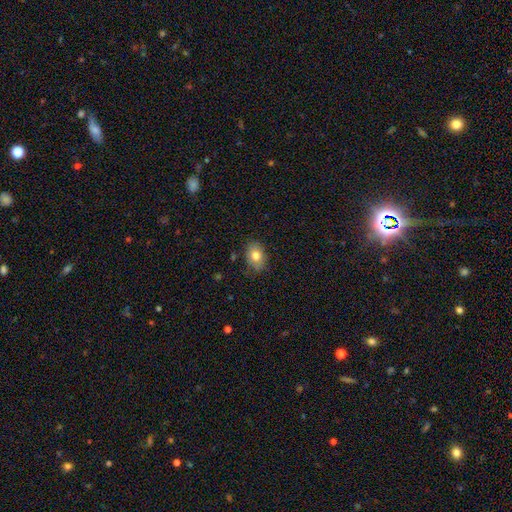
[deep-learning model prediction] A smooth galaxy with no disk features (78%) that is in between round and cigar-shaped (76%). Merging: none (80%).